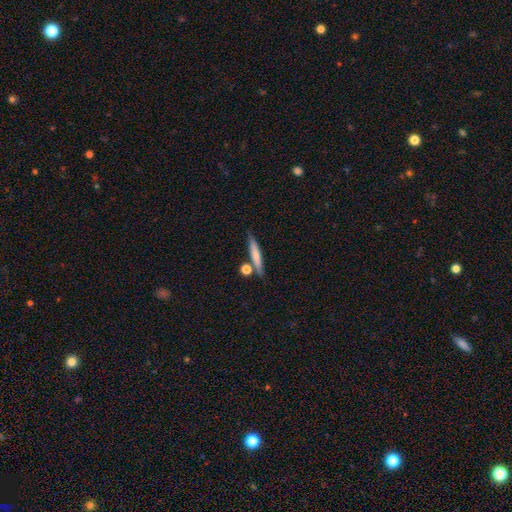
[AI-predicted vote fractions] smooth_or_featured: smooth (p=0.67) [alt: featured or disk p=0.26]
how_rounded: cigar-shaped (p=0.88) [alt: in between p=0.08]
merging: none (p=0.73) [alt: merger p=0.13]